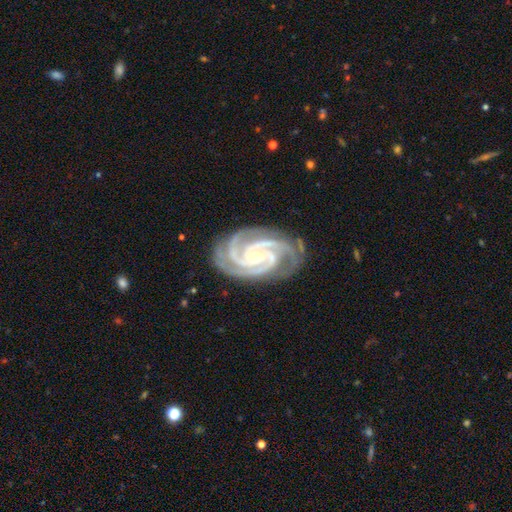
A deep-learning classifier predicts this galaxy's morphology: This appears to be a featured or disk galaxy (94%) with no bar (55%), 3 (46%) tight (72%) spiral arms (99%) and a small central bulge (79%). Merging: none (79%).